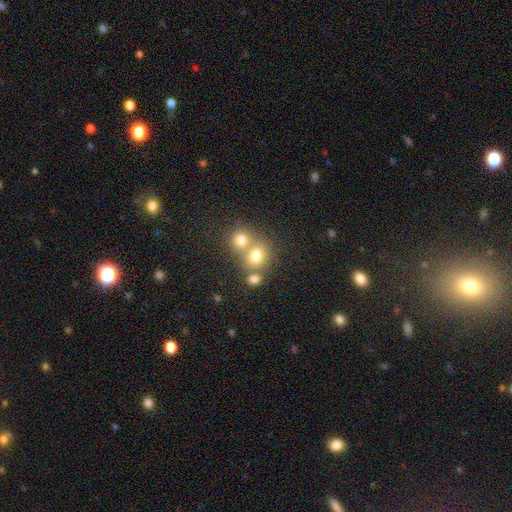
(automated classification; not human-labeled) smooth_or_featured: smooth (p=0.74) [alt: star or artifact p=0.14]
how_rounded: round (p=0.74) [alt: in between p=0.25]
merging: merger (p=0.50) [alt: none p=0.40]